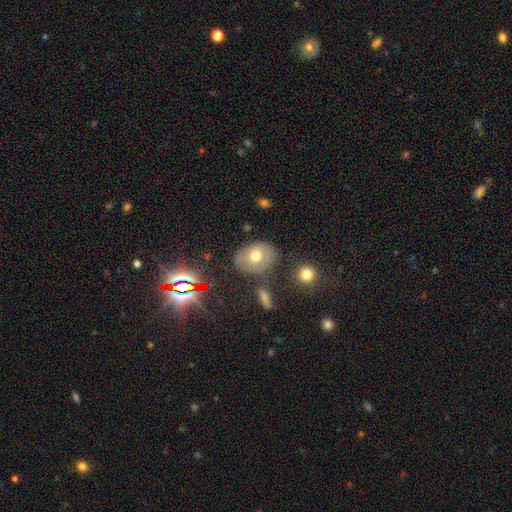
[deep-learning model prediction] smooth_or_featured: smooth (p=0.61) [alt: featured or disk p=0.27]
how_rounded: in between (p=0.65) [alt: round p=0.33]
merging: none (p=0.66) [alt: minor disturbance p=0.19]